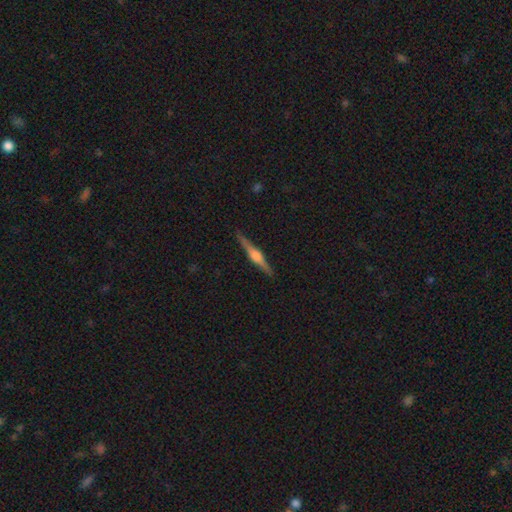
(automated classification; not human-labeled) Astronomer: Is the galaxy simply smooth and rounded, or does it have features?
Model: featured or disk — 79%.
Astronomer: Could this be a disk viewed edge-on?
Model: yes — 98%.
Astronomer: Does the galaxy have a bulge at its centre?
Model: rounded — 83%.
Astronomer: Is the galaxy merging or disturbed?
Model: none — 91%.